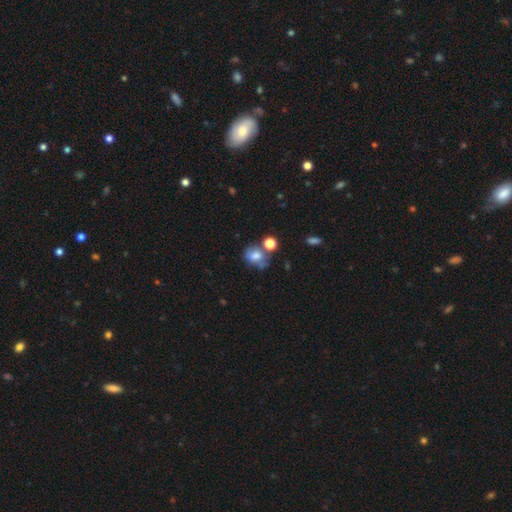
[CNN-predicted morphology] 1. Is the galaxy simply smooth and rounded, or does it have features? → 69% smooth, 19% featured or disk, 12% star or artifact.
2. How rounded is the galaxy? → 51% round, 47% in between, 1% cigar-shaped.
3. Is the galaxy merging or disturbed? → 42% none, 26% merger, 21% minor disturbance, 11% major disturbance.